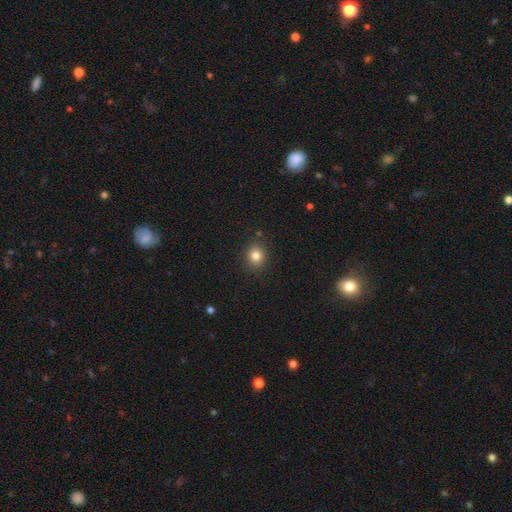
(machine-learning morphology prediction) smooth-or-featured: smooth: 83% | star or artifact: 12% | featured or disk: 6%
  how-rounded: round: 77% | in between: 22% | cigar-shaped: 1%
  merging: none: 87% | minor disturbance: 9% | major disturbance: 3% | merger: 2%